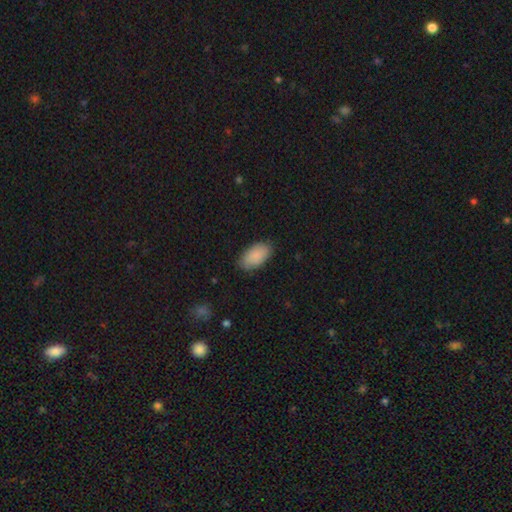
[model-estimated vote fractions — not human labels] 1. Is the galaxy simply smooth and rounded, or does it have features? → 87% smooth, 7% featured or disk, 6% star or artifact.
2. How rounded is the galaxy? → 95% in between, 3% round, 2% cigar-shaped.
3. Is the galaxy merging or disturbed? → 83% none, 13% minor disturbance, 3% major disturbance, 1% merger.